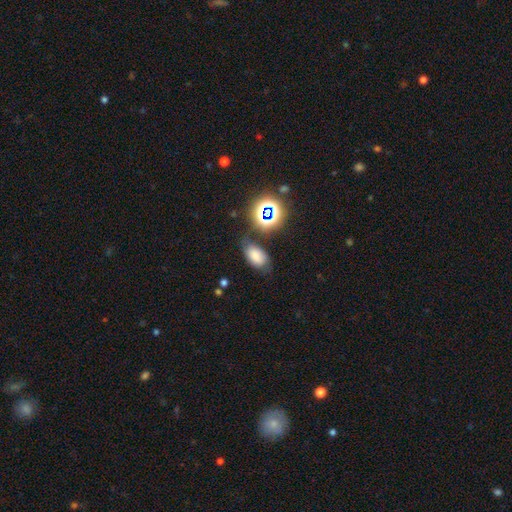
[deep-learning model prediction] Q: Smooth or featured?
A: smooth (65%); runner-up: star or artifact (21%)
Q: How rounded?
A: in between (87%); runner-up: round (11%)
Q: Merging?
A: none (62%); runner-up: minor disturbance (23%)